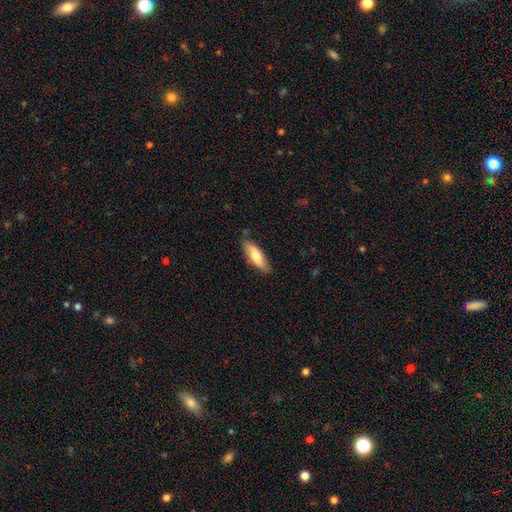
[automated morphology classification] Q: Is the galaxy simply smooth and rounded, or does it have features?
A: smooth — 72%.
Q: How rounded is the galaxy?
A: in between — 55%.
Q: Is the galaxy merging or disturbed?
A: none — 82%.